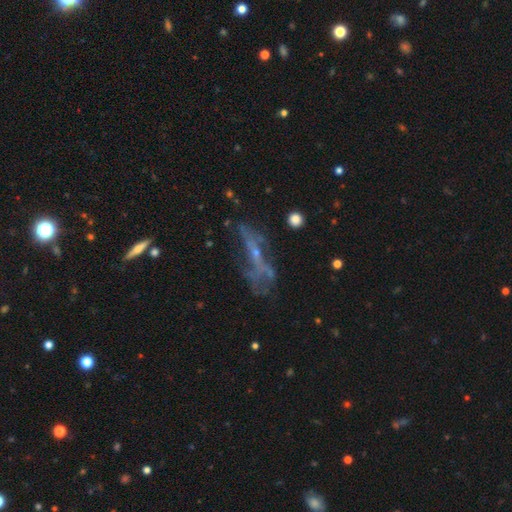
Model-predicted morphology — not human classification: A featured or disk galaxy (57%). Merging: none (41%).